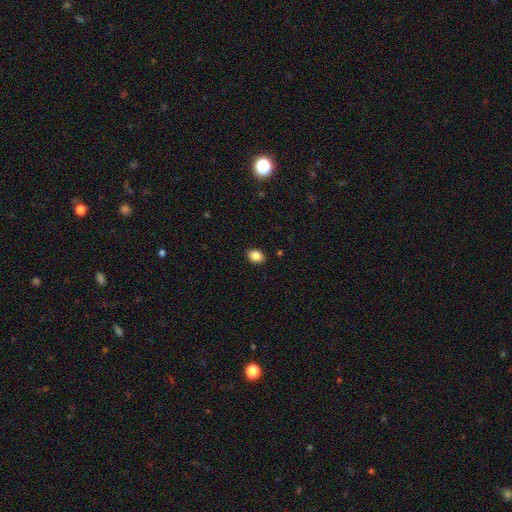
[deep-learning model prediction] The model was most divided on "how rounded": in between: 70%, round: 29%, cigar-shaped: 1%. More confident: merging — none (90%); smooth or featured — smooth (86%).